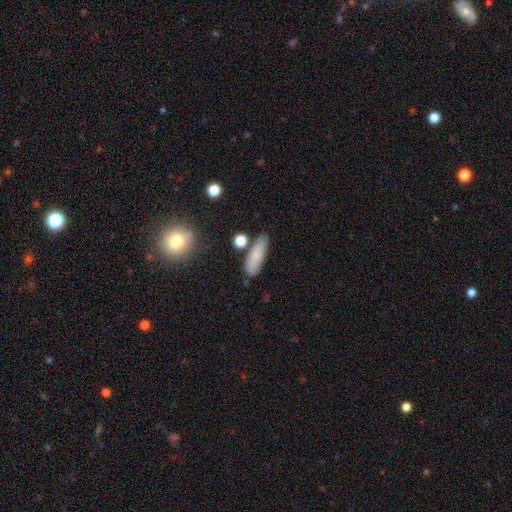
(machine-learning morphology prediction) The model was most divided on "how rounded": in between: 49%, cigar-shaped: 47%, round: 5%. More confident: smooth or featured — smooth (77%); merging — none (75%).